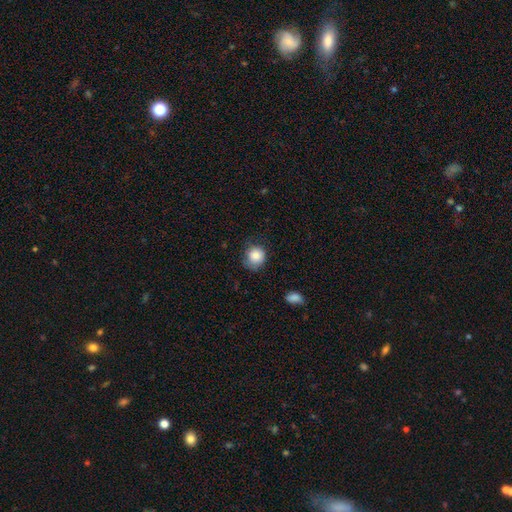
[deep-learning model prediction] Overall: smooth (85%). How rounded: round (82%). Merging: none (63%; minor disturbance 28%).